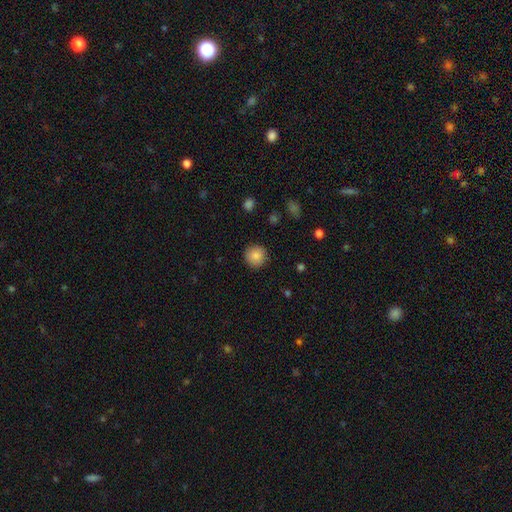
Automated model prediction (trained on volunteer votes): Q: Smooth or featured?
A: smooth (86%); runner-up: star or artifact (9%)
Q: How rounded?
A: round (94%); runner-up: in between (5%)
Q: Merging?
A: none (91%); runner-up: minor disturbance (6%)